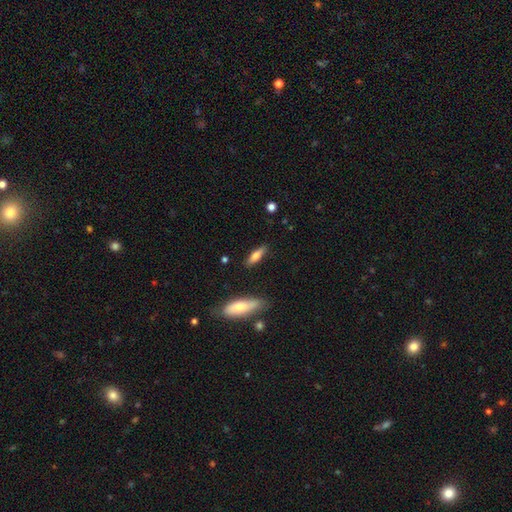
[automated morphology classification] Smooth or featured? smooth (68%)
How rounded? cigar-shaped (50%)
Merging? none (84%)